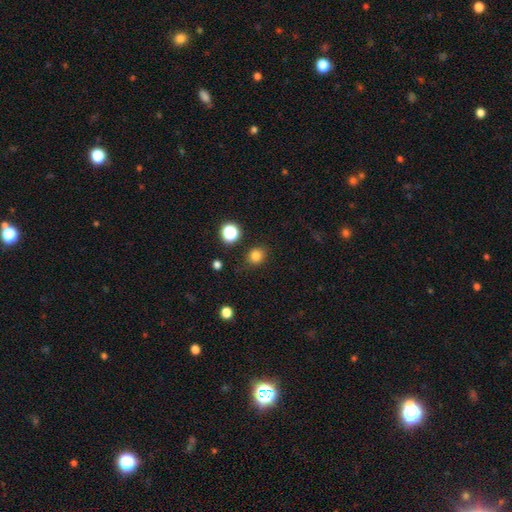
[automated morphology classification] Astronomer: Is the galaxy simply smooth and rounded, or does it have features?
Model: smooth — 81%.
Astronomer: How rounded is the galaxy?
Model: round — 76%.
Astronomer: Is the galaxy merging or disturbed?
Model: none — 80%.